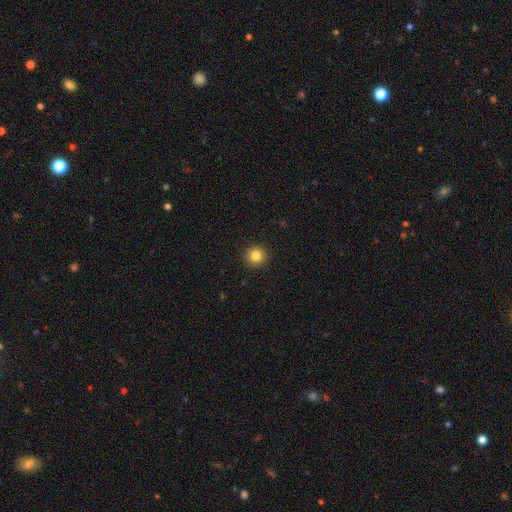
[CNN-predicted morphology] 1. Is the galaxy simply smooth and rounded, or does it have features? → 85% smooth, 11% star or artifact, 5% featured or disk.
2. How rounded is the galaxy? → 95% round, 4% in between, 1% cigar-shaped.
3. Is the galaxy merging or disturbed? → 93% none, 5% minor disturbance, 2% major disturbance, 1% merger.